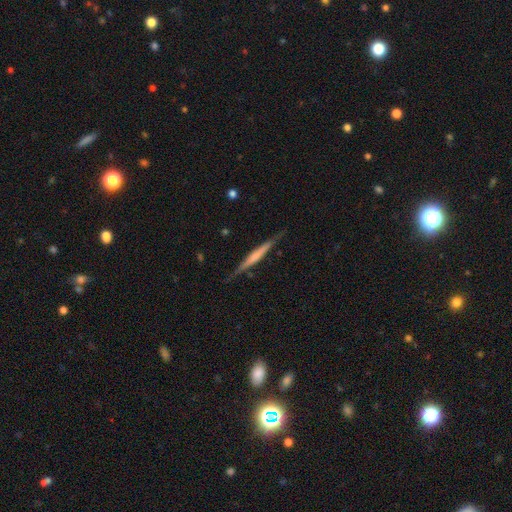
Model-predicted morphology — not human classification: Smooth or featured? Predicted: featured or disk (p=0.58). Edge-on disk? Predicted: yes (p=0.97). Edge-on bulge? Predicted: none (p=0.53). Merging? Predicted: none (p=0.84).